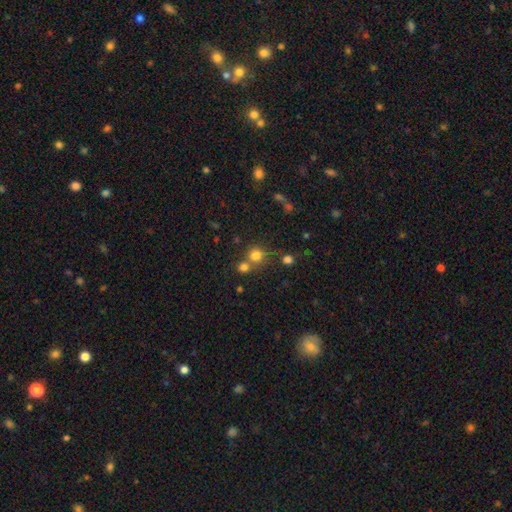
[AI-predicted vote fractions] This is likely a smooth galaxy (77%). How rounded: clearly round (90%). Merging: possibly none (60%).